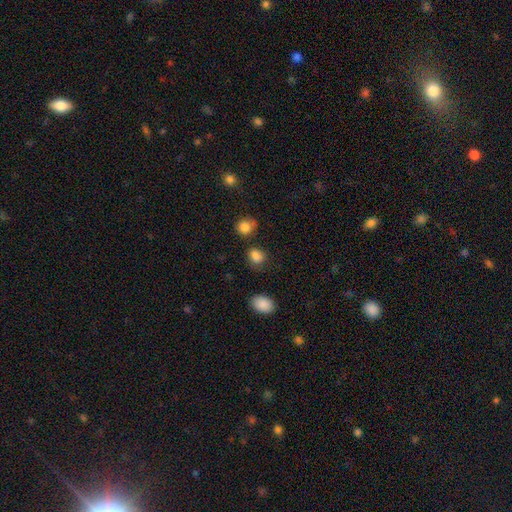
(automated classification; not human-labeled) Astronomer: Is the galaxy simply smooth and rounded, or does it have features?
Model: smooth — 84%.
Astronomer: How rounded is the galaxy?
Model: round — 64%.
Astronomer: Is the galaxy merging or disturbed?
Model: none — 71%.